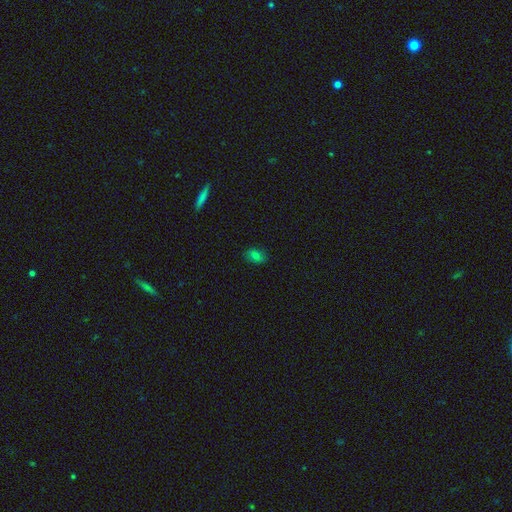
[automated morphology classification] smooth 73%, star or artifact 15%, featured or disk 12%. Down the decision tree: how rounded — in between (74%); merging — none (84%).